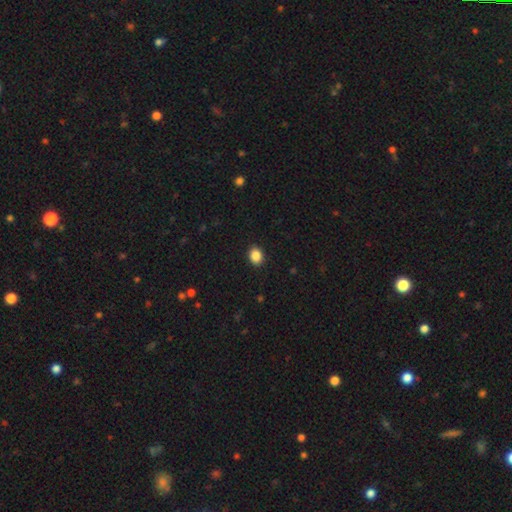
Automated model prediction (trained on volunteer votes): This appears to be a smooth galaxy with no disk features (88%) that is round (50%). Merging: none (91%).